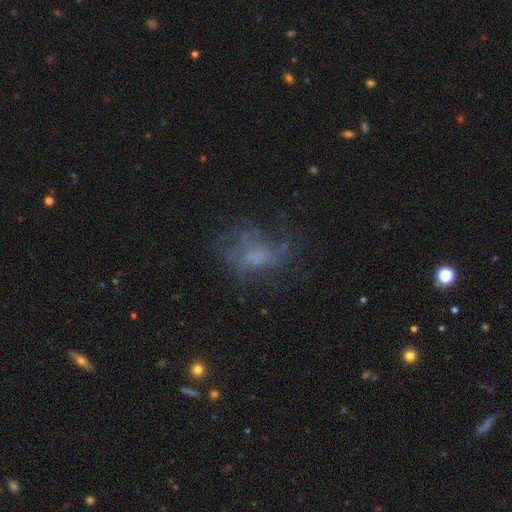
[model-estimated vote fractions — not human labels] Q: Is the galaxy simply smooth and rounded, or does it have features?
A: featured or disk — 50%.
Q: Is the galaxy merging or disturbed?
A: none — 47%.